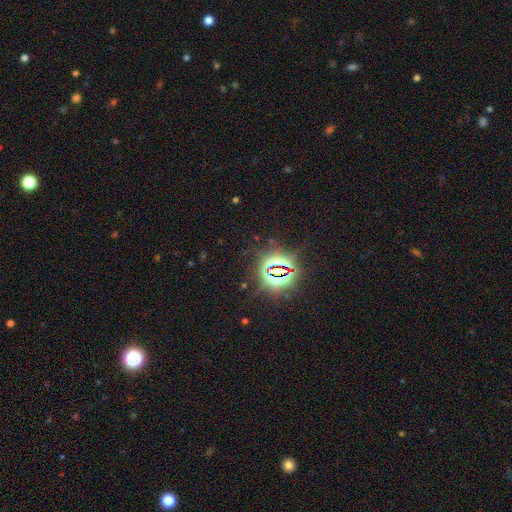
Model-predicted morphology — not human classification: Smooth or featured? star or artifact (82%)